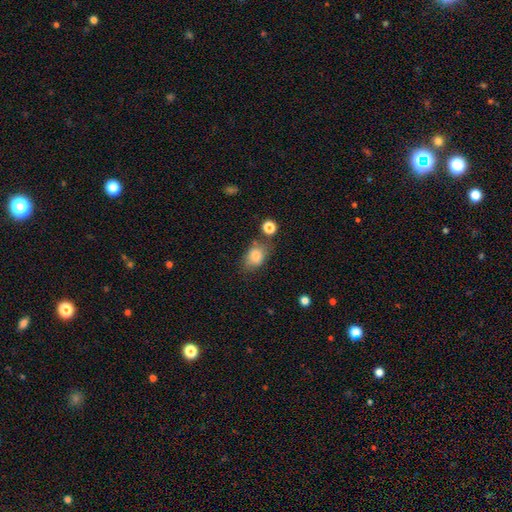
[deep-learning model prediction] Smooth or featured? smooth (81%)
How rounded? in between (73%)
Merging? none (61%)